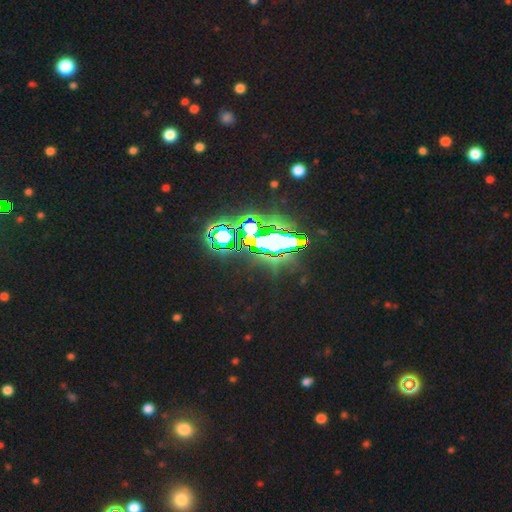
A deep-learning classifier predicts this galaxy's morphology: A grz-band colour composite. It shows a star or artifact, not a galaxy (81%).